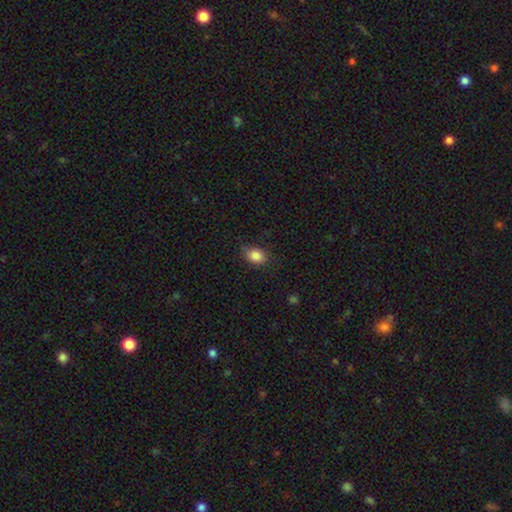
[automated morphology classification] smooth-or-featured: smooth: 86% | star or artifact: 9% | featured or disk: 5%
  how-rounded: in between: 62% | round: 37% | cigar-shaped: 1%
  merging: none: 77% | minor disturbance: 18% | major disturbance: 4% | merger: 1%